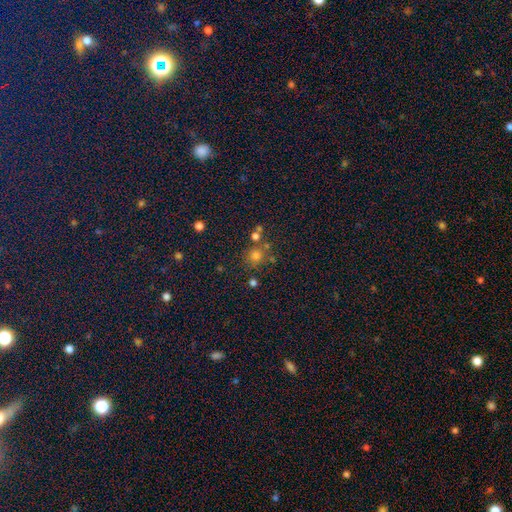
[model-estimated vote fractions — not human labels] Smooth or featured?
  - smooth: 70% *
  - star or artifact: 22%
  - featured or disk: 8%
How rounded?
  - round: 88% *
  - in between: 11%
  - cigar-shaped: 1%
Merging?
  - none: 70% *
  - merger: 16%
  - minor disturbance: 10%
  - major disturbance: 4%